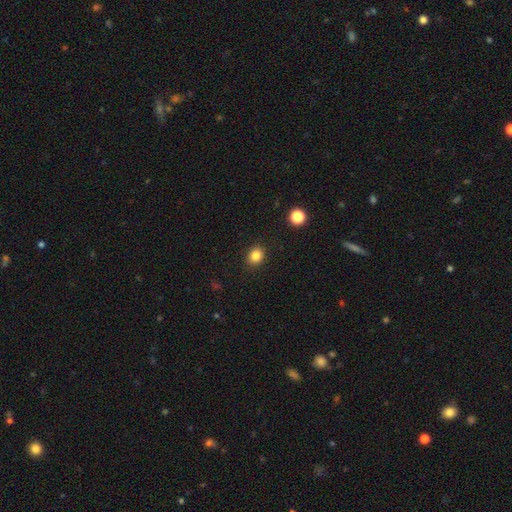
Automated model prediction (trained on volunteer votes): Smooth or featured: smooth — 84% (star or artifact — 11%)
How rounded: round — 62% (in between — 38%)
Merging: none — 89% (minor disturbance — 8%)